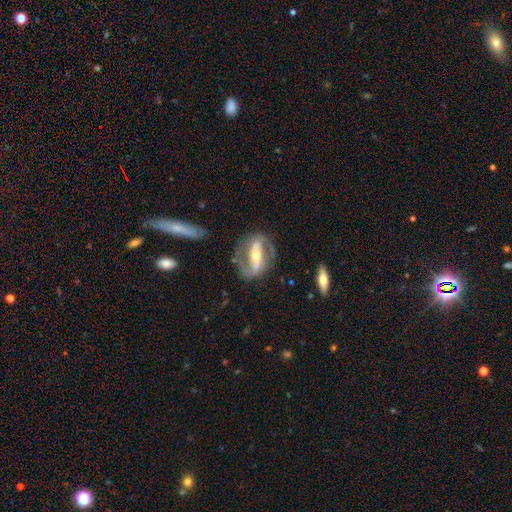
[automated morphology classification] The model was most divided on "bulge size": moderate: 52%, small: 42%, large: 4%, none: 1%, dominant: 1%. Remaining: edge-on disk — no (91%); spiral arm count — 2 (88%); spiral arms — yes (86%); smooth or featured — featured or disk (84%); merging — none (75%); bar — strong (65%); spiral winding — medium (46%).